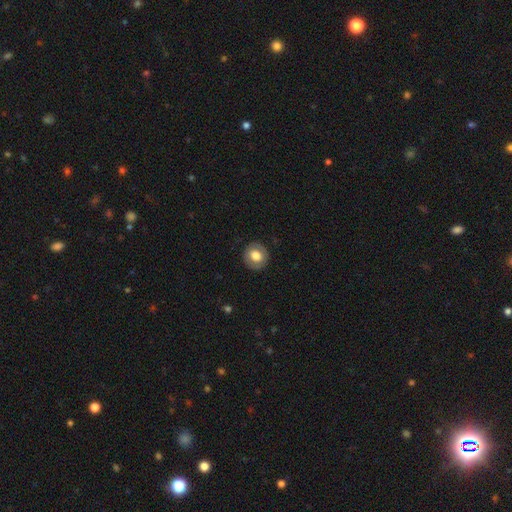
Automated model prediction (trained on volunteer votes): smooth-or-featured: smooth: 70% | featured or disk: 23% | star or artifact: 7%
  how-rounded: round: 86% | in between: 13% | cigar-shaped: 1%
  merging: none: 88% | minor disturbance: 9% | major disturbance: 3% | merger: 1%